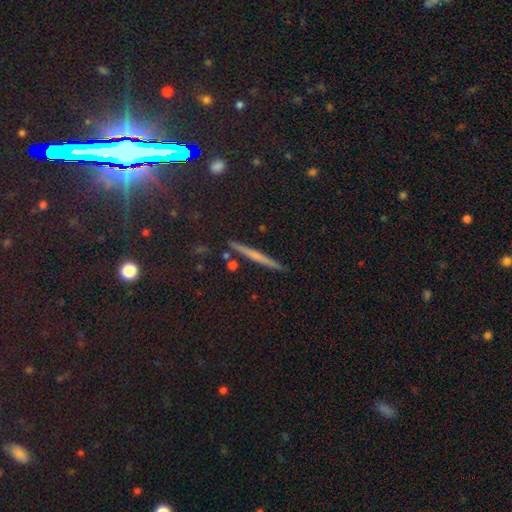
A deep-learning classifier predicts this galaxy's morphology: The model was most divided on "smooth or featured": featured or disk: 44%, smooth: 39%, star or artifact: 17%. More confident: merging — none (90%).